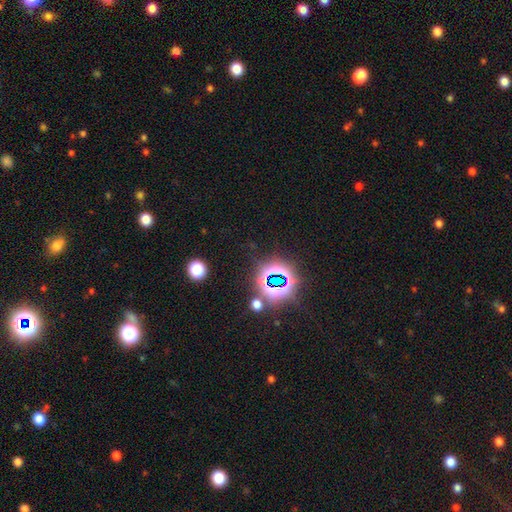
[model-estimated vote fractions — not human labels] Q: Smooth or featured?
A: star or artifact (80%); runner-up: smooth (12%)